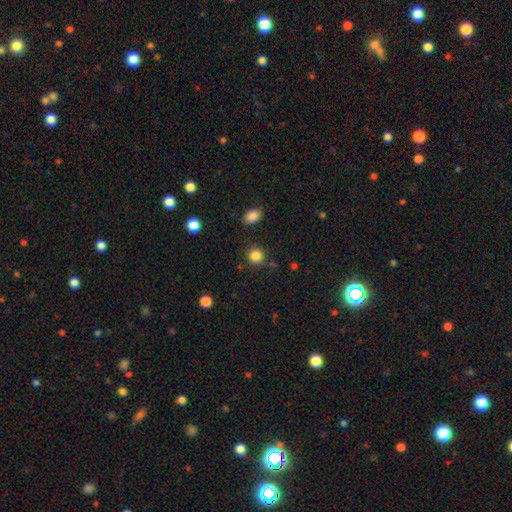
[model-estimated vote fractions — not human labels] Overall: smooth (85%). How rounded: round (90%). Merging: none (87%).